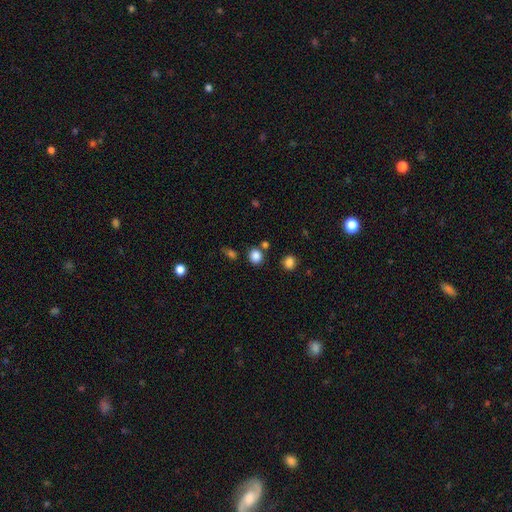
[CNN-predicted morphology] Smooth or featured? Predicted: smooth (p=0.84). How rounded? Predicted: round (p=0.81). Merging? Predicted: none (p=0.77).